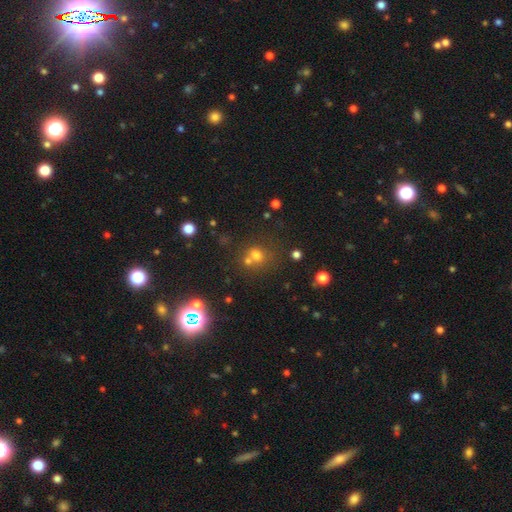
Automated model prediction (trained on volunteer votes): The model was most divided on "merging": none: 55%, merger: 31%, minor disturbance: 9%, major disturbance: 5%. More confident: how rounded — round (82%); smooth or featured — smooth (58%).